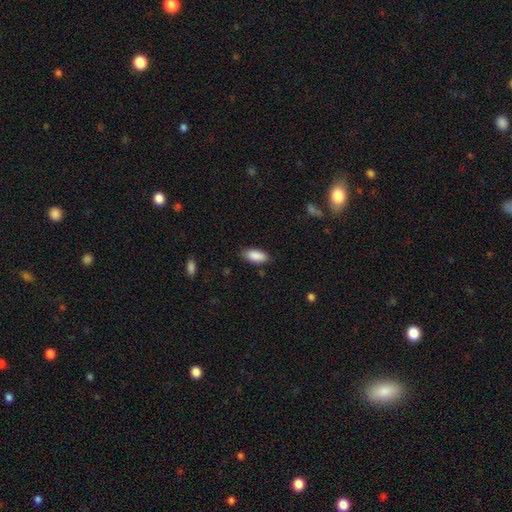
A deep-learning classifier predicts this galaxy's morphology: Q: Smooth or featured?
A: smooth (89%); runner-up: star or artifact (6%)
Q: How rounded?
A: in between (89%); runner-up: cigar-shaped (9%)
Q: Merging?
A: none (83%); runner-up: minor disturbance (13%)